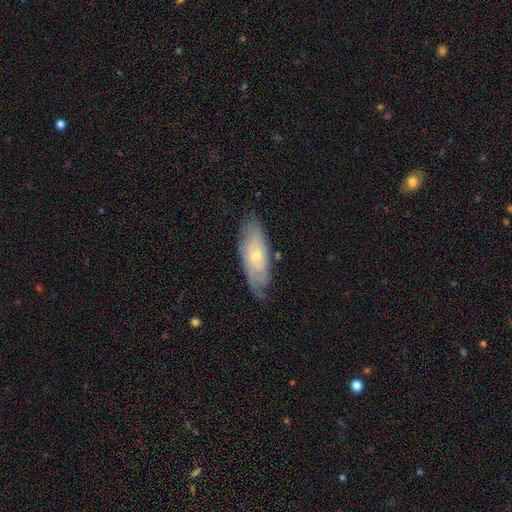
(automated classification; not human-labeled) smooth_or_featured: featured or disk (p=0.59) [alt: smooth p=0.35]
disk_edge_on: no (p=0.79) [alt: yes p=0.21]
merging: none (p=0.73) [alt: minor disturbance p=0.21]